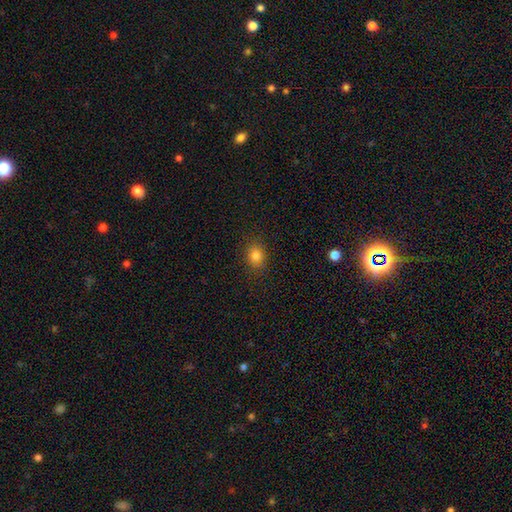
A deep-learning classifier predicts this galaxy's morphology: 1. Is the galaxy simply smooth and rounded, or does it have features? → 83% smooth, 12% star or artifact, 5% featured or disk.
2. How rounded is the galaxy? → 52% round, 47% in between, 1% cigar-shaped.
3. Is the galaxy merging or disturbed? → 87% none, 9% minor disturbance, 3% major disturbance, 1% merger.